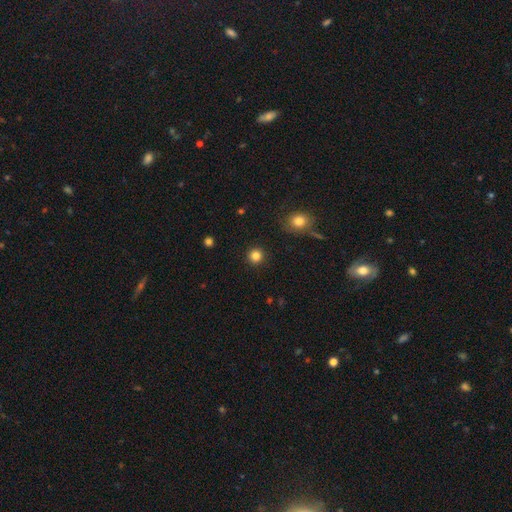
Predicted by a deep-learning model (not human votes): Smooth or featured: smooth — 84% (star or artifact — 12%)
How rounded: round — 94% (in between — 5%)
Merging: none — 92% (minor disturbance — 5%)